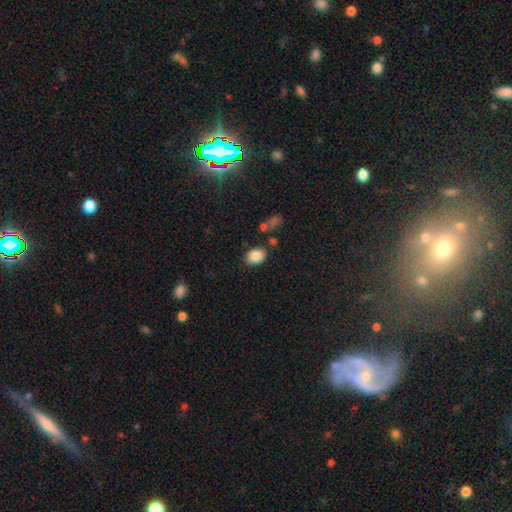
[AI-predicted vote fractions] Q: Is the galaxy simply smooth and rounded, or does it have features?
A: smooth — 87%.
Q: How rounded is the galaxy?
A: in between — 77%.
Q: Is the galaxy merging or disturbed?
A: none — 78%.